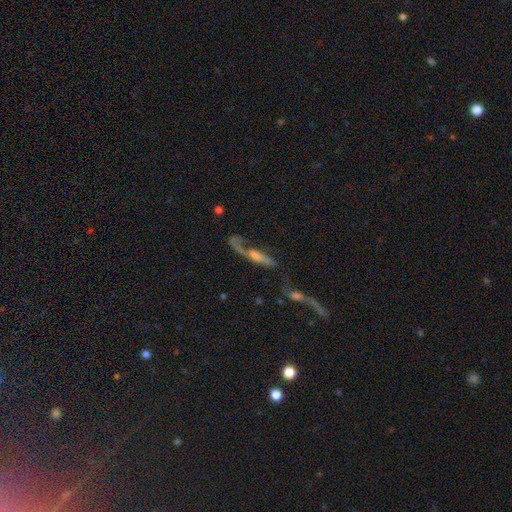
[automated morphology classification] A featured or disk galaxy (64%). Merging: major disturbance (30%, tied with none).